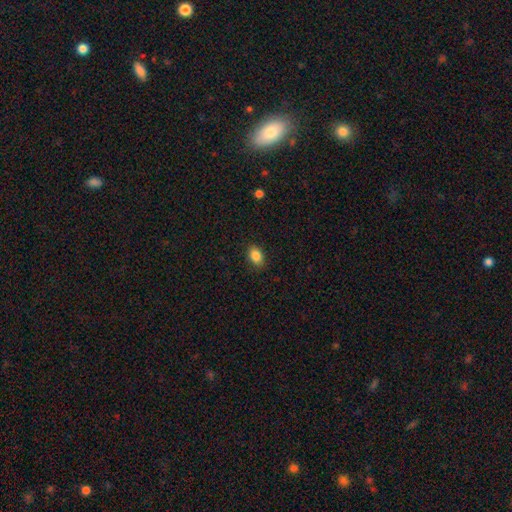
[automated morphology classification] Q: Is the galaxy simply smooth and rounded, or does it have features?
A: smooth — 86%.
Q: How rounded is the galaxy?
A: in between — 78%.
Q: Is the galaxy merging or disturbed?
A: none — 88%.